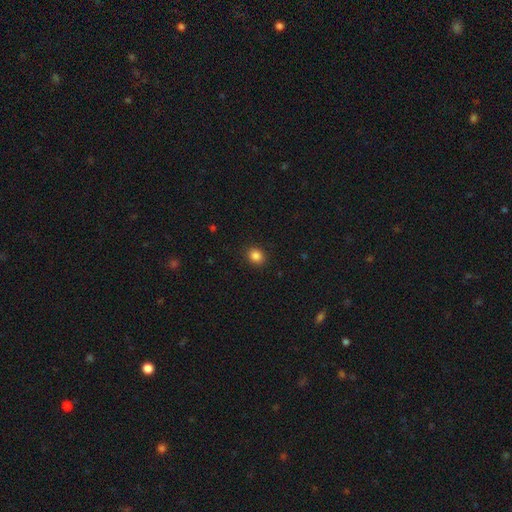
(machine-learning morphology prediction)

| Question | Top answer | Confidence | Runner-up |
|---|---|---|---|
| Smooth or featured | smooth | 85% | star or artifact (11%) |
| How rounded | round | 68% | in between (32%) |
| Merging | none | 90% | minor disturbance (7%) |